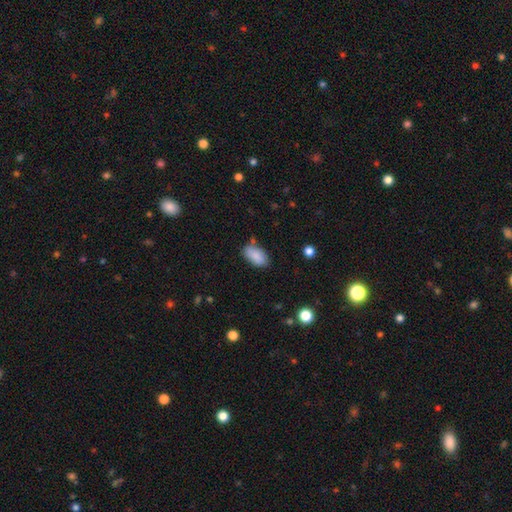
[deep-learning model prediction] Overall: smooth (87%). How rounded: in between (93%). Merging: none (73%).